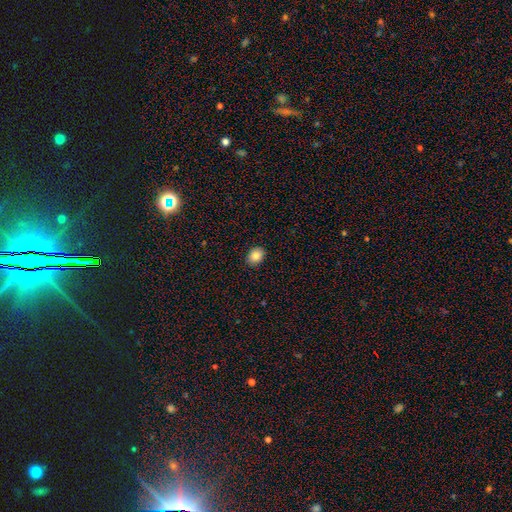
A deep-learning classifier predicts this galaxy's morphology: smooth_or_featured: smooth (p=0.85) [alt: star or artifact p=0.09]
how_rounded: in between (p=0.56) [alt: round p=0.43]
merging: none (p=0.90) [alt: minor disturbance p=0.07]